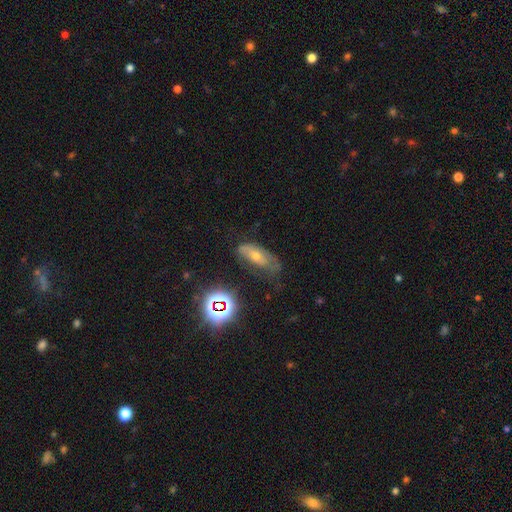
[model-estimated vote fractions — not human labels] Smooth or featured: featured or disk — 41% (smooth — 35%)
Merging: none — 48% (minor disturbance — 32%)